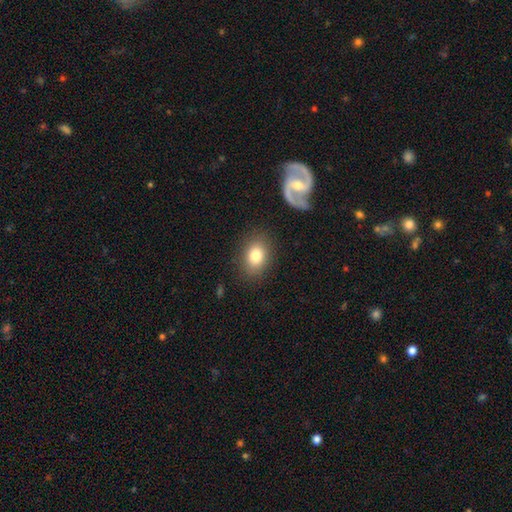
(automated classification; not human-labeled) Smooth or featured: smooth — 80% (featured or disk — 11%)
How rounded: in between — 69% (round — 29%)
Merging: none — 84% (minor disturbance — 11%)